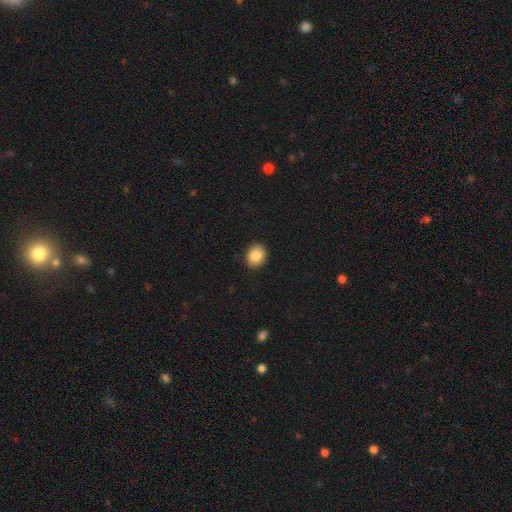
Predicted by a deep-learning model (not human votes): The model was most divided on "how rounded": round: 57%, in between: 42%, cigar-shaped: 1%. More confident: merging — none (91%); smooth or featured — smooth (87%).